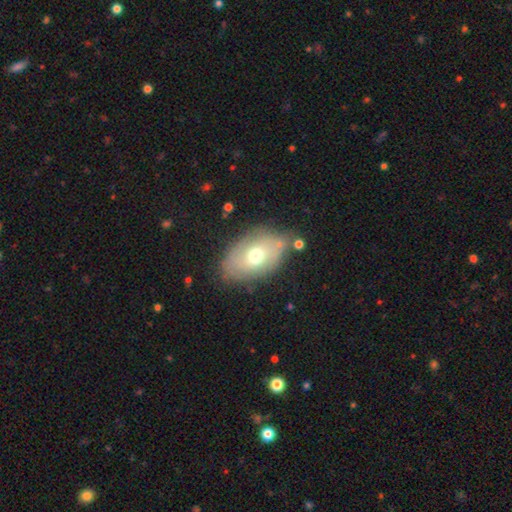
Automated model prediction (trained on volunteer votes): Smooth or featured?
  - smooth: 55% *
  - featured or disk: 36%
  - star or artifact: 9%
How rounded?
  - in between: 87% *
  - round: 11%
  - cigar-shaped: 2%
Merging?
  - none: 71% *
  - minor disturbance: 19%
  - major disturbance: 6%
  - merger: 5%